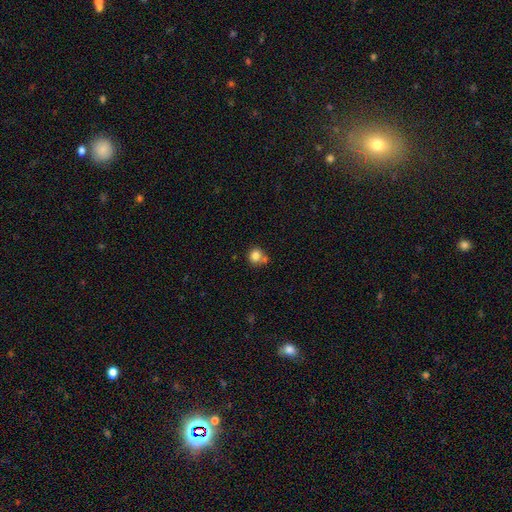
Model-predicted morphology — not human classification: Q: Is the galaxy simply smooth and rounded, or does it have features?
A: smooth — 82%.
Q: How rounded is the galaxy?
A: round — 87%.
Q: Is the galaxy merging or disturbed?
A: none — 57%.